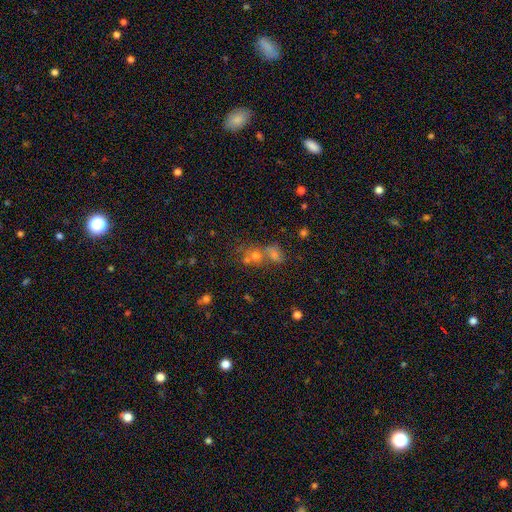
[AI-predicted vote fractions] Q: Smooth or featured?
A: smooth (47%); runner-up: star or artifact (35%)
Q: Merging?
A: merger (51%); runner-up: none (37%)